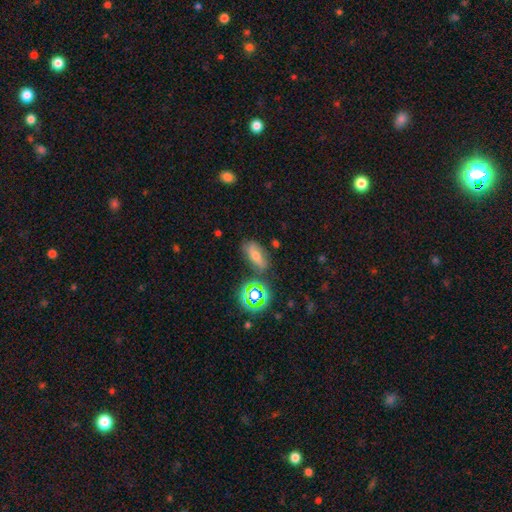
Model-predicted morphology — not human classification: Overall: smooth (46%; star or artifact 29%). Merging: none (66%).